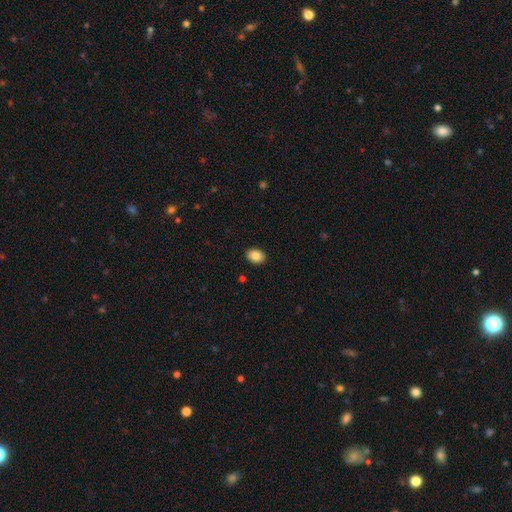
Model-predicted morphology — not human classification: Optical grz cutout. It shows a smooth galaxy with no disk features (87%) that is in between round and cigar-shaped (72%). Merging: none (91%).